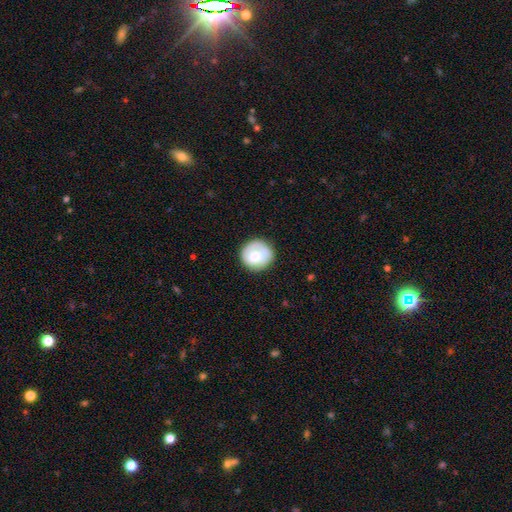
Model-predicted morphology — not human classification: smooth_or_featured: smooth (p=0.62) [alt: featured or disk p=0.32]
how_rounded: round (p=0.91) [alt: in between p=0.08]
merging: none (p=0.76) [alt: minor disturbance p=0.17]